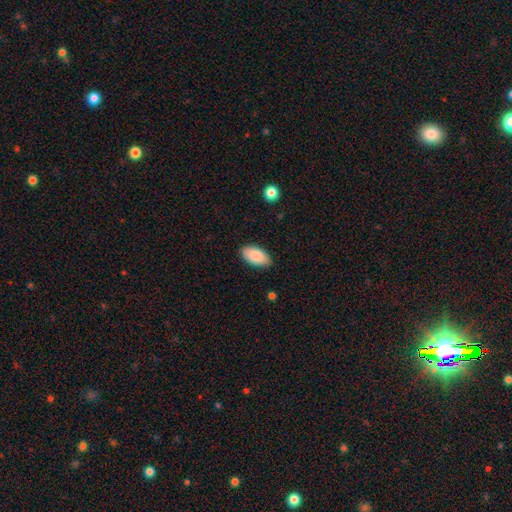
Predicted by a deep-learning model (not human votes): smooth-or-featured: smooth: 88% | featured or disk: 6% | star or artifact: 6%
  how-rounded: in between: 95% | cigar-shaped: 3% | round: 2%
  merging: none: 86% | minor disturbance: 11% | major disturbance: 2% | merger: 1%